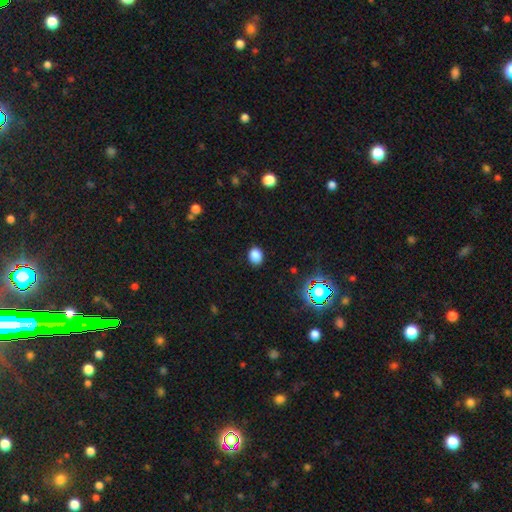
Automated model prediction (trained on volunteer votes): Smooth or featured? smooth (83%)
How rounded? round (52%)
Merging? none (88%)